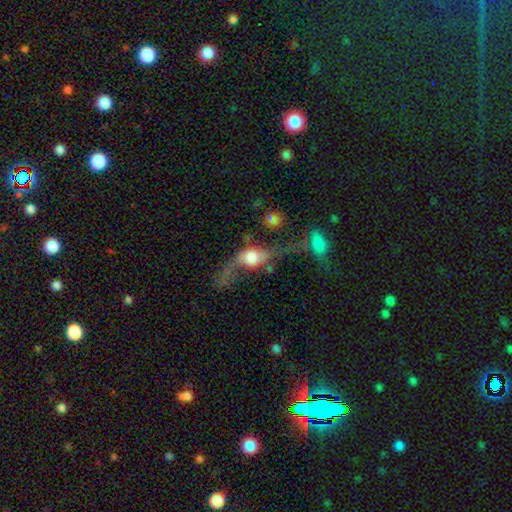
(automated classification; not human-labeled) smooth_or_featured: featured or disk (p=0.59) [alt: star or artifact p=0.22]
disk_edge_on: no (p=0.67) [alt: yes p=0.33]
merging: merger (p=0.37) [alt: none p=0.26]